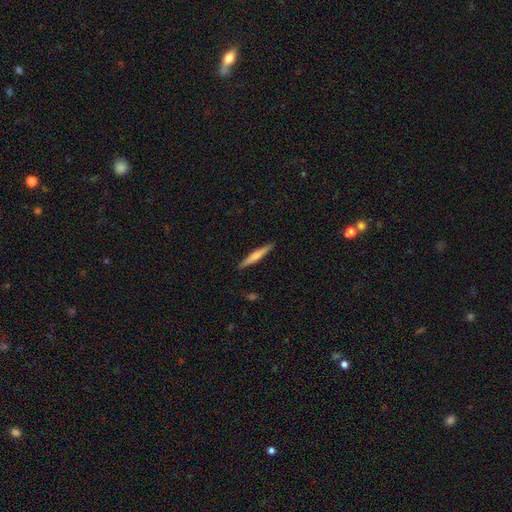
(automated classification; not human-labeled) Smooth or featured: smooth — 58% (featured or disk — 36%)
How rounded: cigar-shaped — 94% (in between — 4%)
Merging: none — 90% (minor disturbance — 7%)